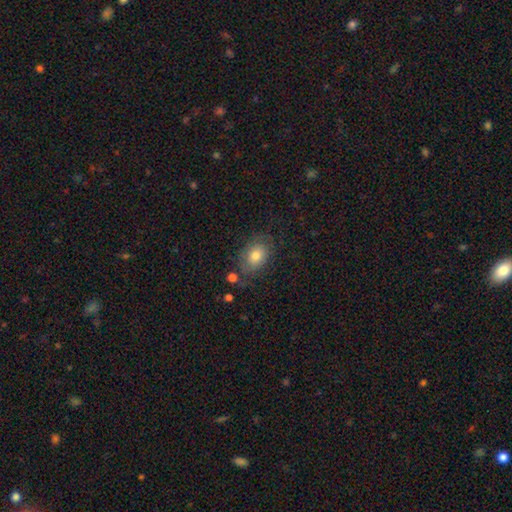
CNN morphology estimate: smooth 74%, featured or disk 17%, star or artifact 9%. Down the decision tree: how rounded — in between (78%); merging — none (69%).